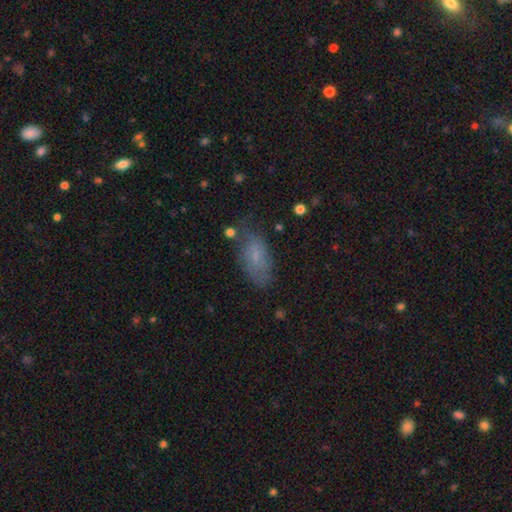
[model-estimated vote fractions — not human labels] Smooth or featured? smooth (67%)
How rounded? in between (89%)
Merging? none (62%)